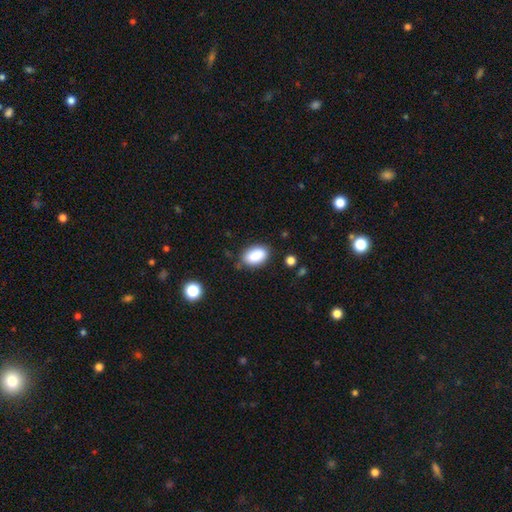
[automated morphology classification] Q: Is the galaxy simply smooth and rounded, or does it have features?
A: smooth — 88%.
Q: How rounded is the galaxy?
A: in between — 91%.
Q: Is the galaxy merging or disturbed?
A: none — 79%.